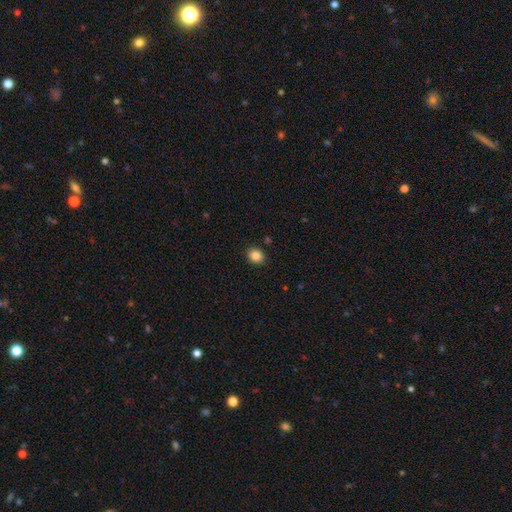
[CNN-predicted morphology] This appears to be a smooth galaxy with no disk features (85%) that is round (67%). Merging: none (90%).